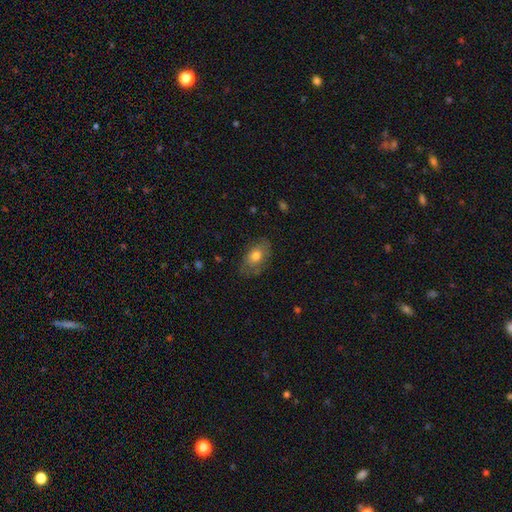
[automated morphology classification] Q: Smooth or featured?
A: smooth (69%); runner-up: featured or disk (24%)
Q: How rounded?
A: in between (87%); runner-up: round (11%)
Q: Merging?
A: none (71%); runner-up: minor disturbance (21%)